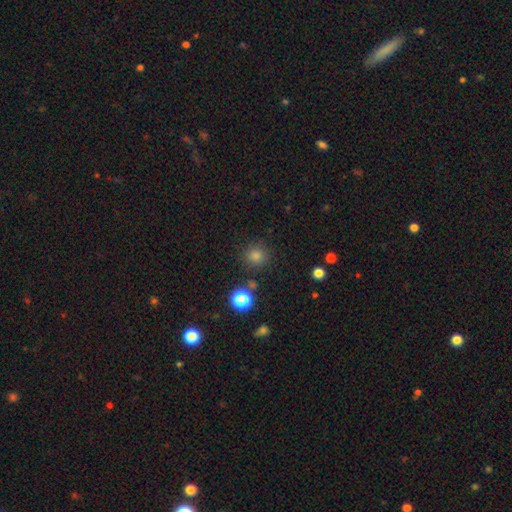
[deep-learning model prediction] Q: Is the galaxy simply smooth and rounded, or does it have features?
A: smooth — 78%.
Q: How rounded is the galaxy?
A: round — 93%.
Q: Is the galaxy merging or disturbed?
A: none — 87%.